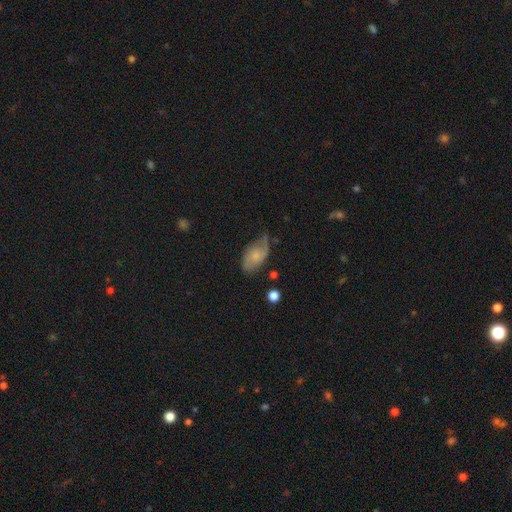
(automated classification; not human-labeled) Smooth or featured? featured or disk (48%)
Merging? none (52%)